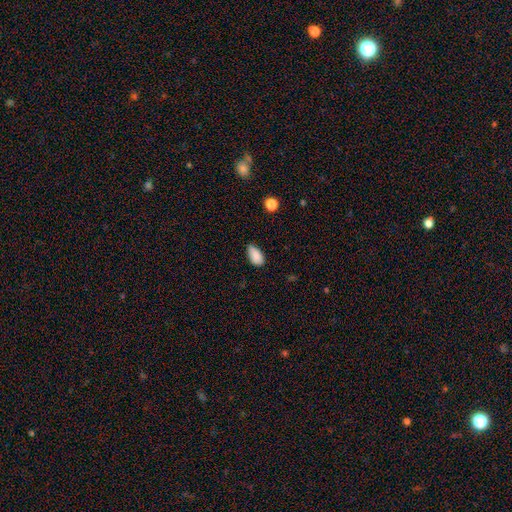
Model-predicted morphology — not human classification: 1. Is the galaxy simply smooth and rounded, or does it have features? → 87% smooth, 8% star or artifact, 5% featured or disk.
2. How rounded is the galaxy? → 93% in between, 4% round, 3% cigar-shaped.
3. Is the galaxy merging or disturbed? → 65% none, 29% minor disturbance, 4% major disturbance, 2% merger.